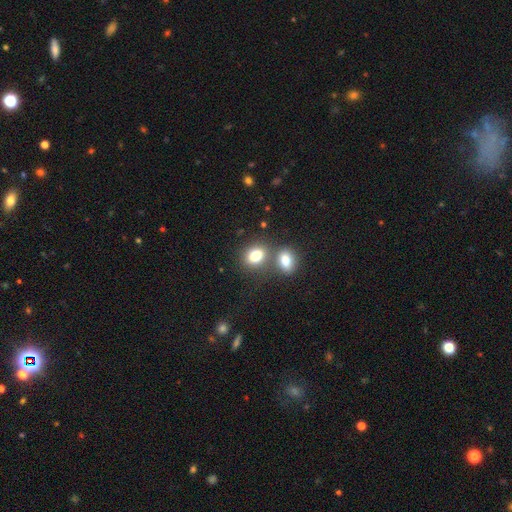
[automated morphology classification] Overall: smooth (81%). How rounded: in between (64%; round 34%). Merging: none (50%; merger 37%).